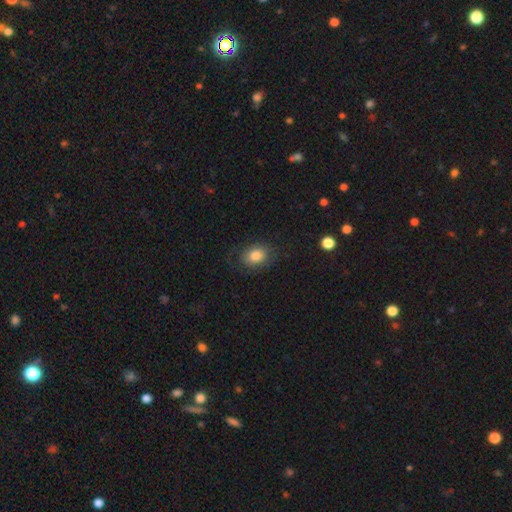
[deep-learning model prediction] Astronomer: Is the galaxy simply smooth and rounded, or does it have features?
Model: smooth — 79%.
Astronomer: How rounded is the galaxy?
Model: in between — 70%.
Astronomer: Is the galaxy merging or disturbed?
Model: none — 74%.